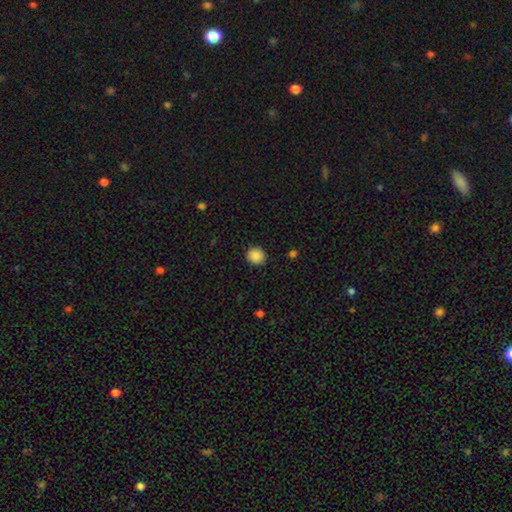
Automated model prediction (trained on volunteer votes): Smooth or featured? smooth (88%)
How rounded? round (88%)
Merging? none (92%)